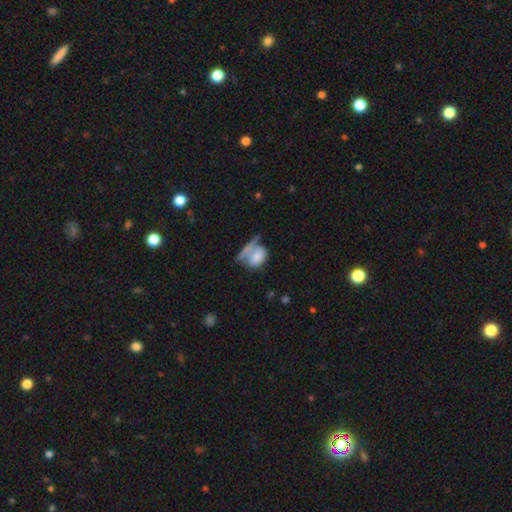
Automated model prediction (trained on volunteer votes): A smooth galaxy with no disk features (66%) that is in between round and cigar-shaped (65%). Merging: merger (35%).